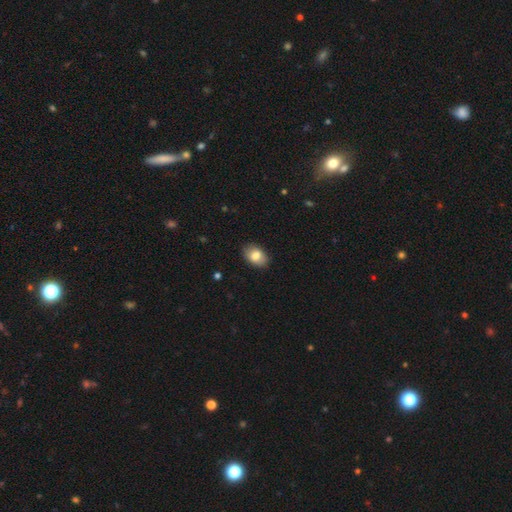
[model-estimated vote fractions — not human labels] Smooth or featured? Predicted: smooth (p=0.81). How rounded? Predicted: in between (p=0.82). Merging? Predicted: none (p=0.86).